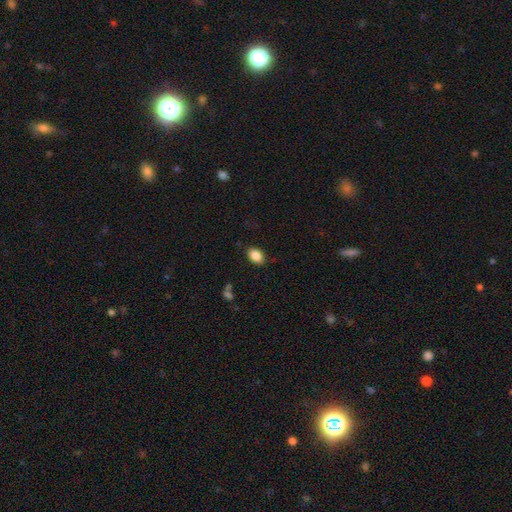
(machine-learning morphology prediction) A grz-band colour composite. It shows a smooth galaxy with no disk features (86%) that is in between round and cigar-shaped (83%). Merging: none (84%).